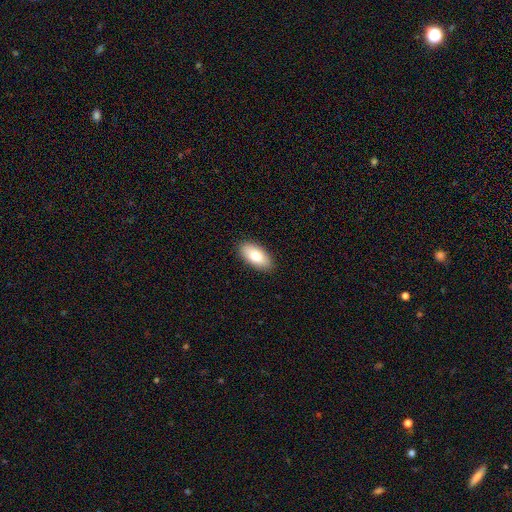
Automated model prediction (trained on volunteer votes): Smooth or featured: smooth — 79% (featured or disk — 15%)
How rounded: in between — 93% (cigar-shaped — 4%)
Merging: none — 89% (minor disturbance — 8%)